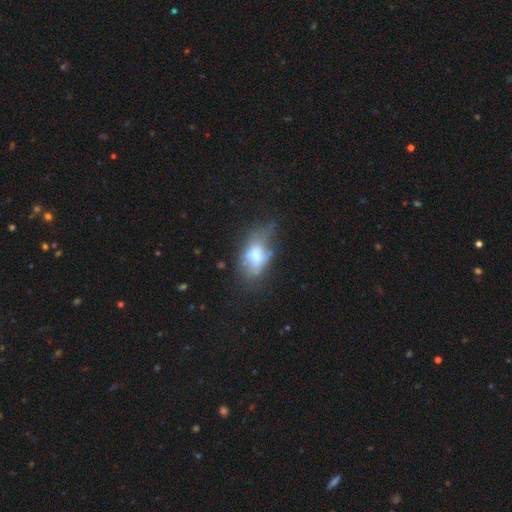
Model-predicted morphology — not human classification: Smooth or featured: smooth — 53% (featured or disk — 36%)
How rounded: in between — 86% (round — 11%)
Merging: none — 34% (major disturbance — 30%)